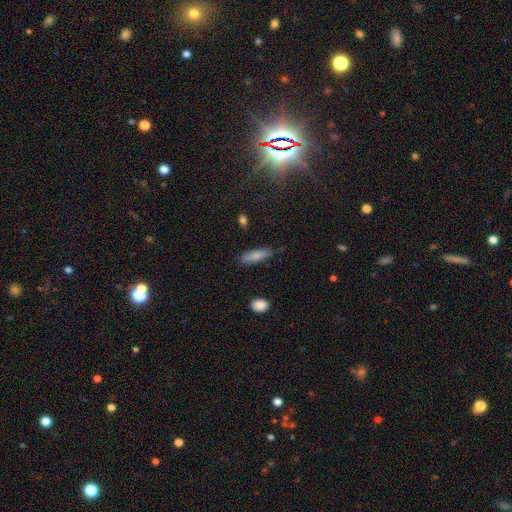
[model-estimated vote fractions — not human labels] Smooth or featured? smooth (81%)
How rounded? cigar-shaped (56%)
Merging? none (82%)